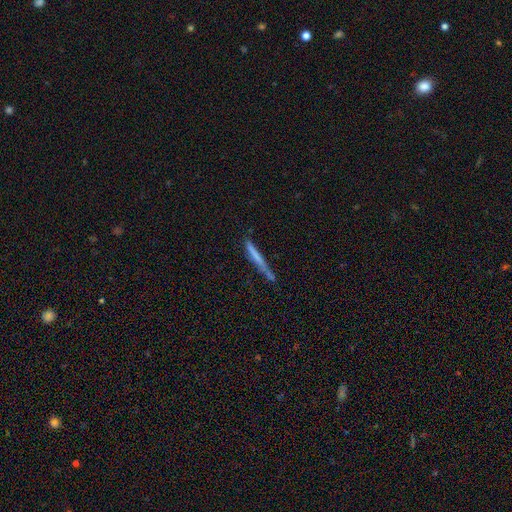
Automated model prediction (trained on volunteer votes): Overall: smooth (59%; featured or disk 33%). How rounded: cigar-shaped (95%). Merging: none (57%; minor disturbance 22%).